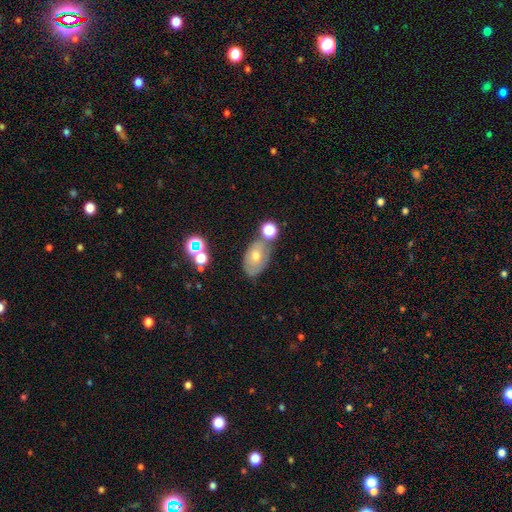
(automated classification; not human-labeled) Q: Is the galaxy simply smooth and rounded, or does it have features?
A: smooth — 62%.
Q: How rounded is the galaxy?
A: in between — 89%.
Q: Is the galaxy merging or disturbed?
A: none — 54%.